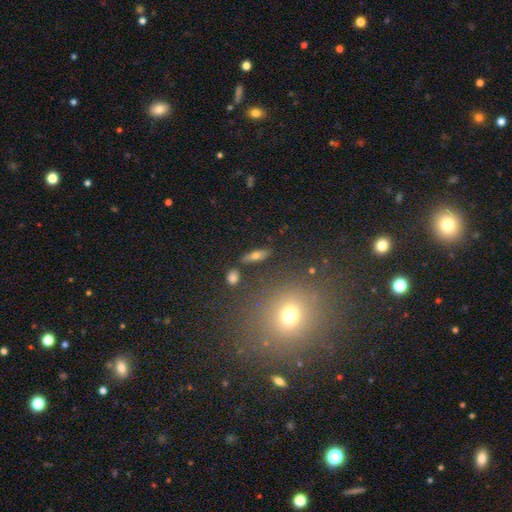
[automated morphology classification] This is possibly a smooth galaxy (50%). How rounded: possibly cigar-shaped (49%). Merging: clearly none (84%).